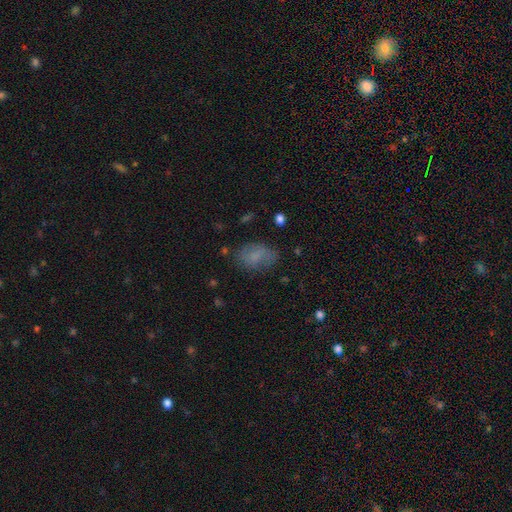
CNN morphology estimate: Smooth or featured? smooth (67%)
How rounded? in between (84%)
Merging? none (62%)